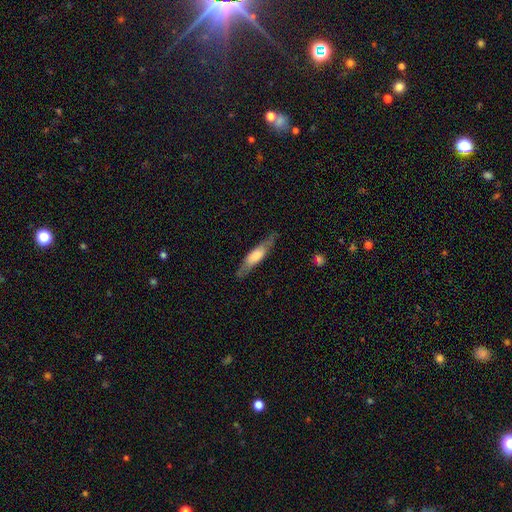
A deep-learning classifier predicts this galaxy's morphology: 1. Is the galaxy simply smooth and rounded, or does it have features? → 50% smooth, 44% featured or disk, 6% star or artifact.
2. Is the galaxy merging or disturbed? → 78% none, 16% minor disturbance, 5% major disturbance, 1% merger.